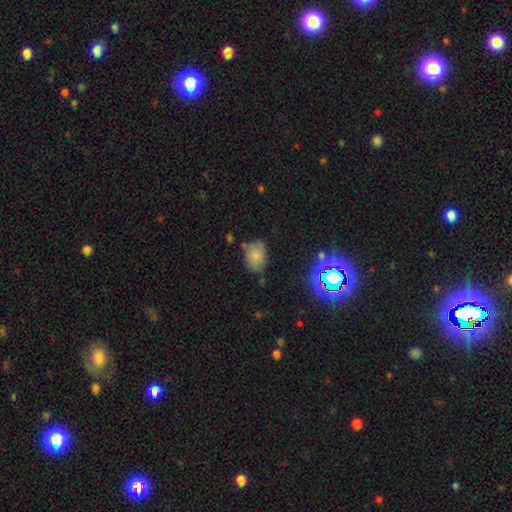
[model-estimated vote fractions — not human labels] smooth 71%, featured or disk 15%, star or artifact 13%. Down the decision tree: how rounded — in between (73%); merging — none (61%).